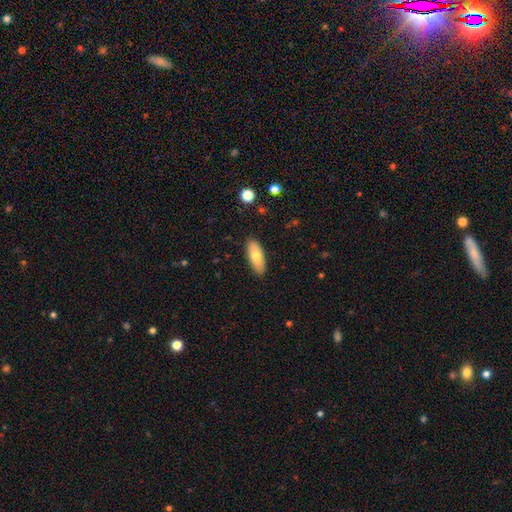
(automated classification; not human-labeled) This appears to be a smooth galaxy with no disk features (71%) that is in between round and cigar-shaped (77%). Merging: none (88%).